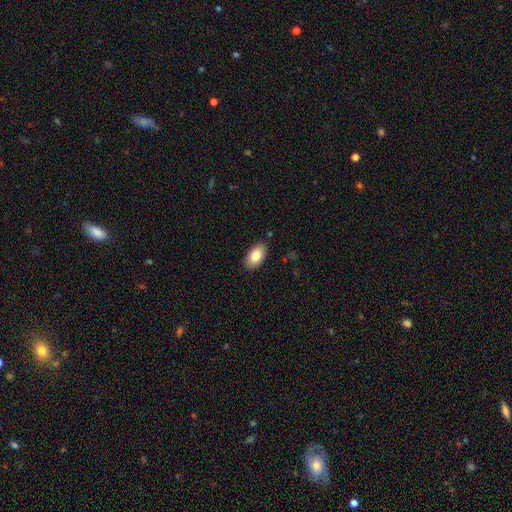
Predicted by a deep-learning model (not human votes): Overall: smooth (81%). How rounded: in between (94%). Merging: none (88%).